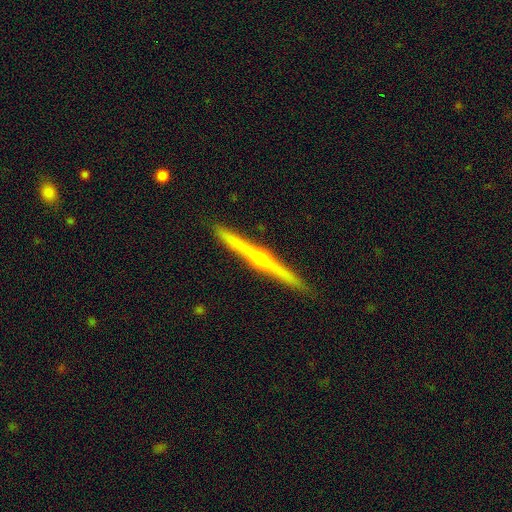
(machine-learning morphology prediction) Smooth or featured: featured or disk — 78% (smooth — 15%)
Edge-on disk: yes — 98% (no — 2%)
Edge-on bulge: rounded — 87% (none — 6%)
Merging: none — 91% (minor disturbance — 7%)